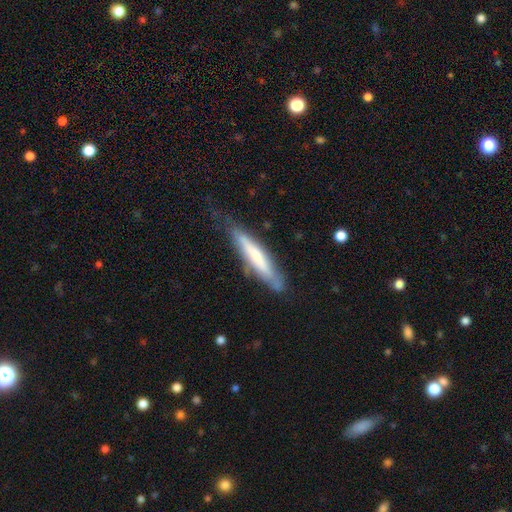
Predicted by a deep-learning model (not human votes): smooth-or-featured: smooth: 47% (tied) | featured or disk: 47% (tied) | star or artifact: 6%
  merging: none: 62% | minor disturbance: 28% | major disturbance: 8% | merger: 2%